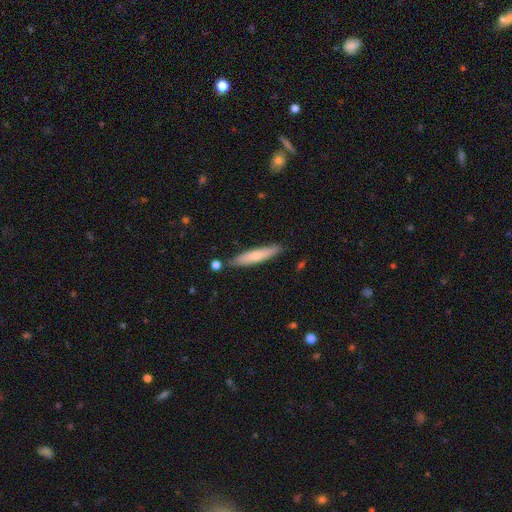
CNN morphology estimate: Q: Smooth or featured?
A: smooth (65%); runner-up: featured or disk (29%)
Q: How rounded?
A: cigar-shaped (87%); runner-up: in between (11%)
Q: Merging?
A: none (81%); runner-up: minor disturbance (12%)